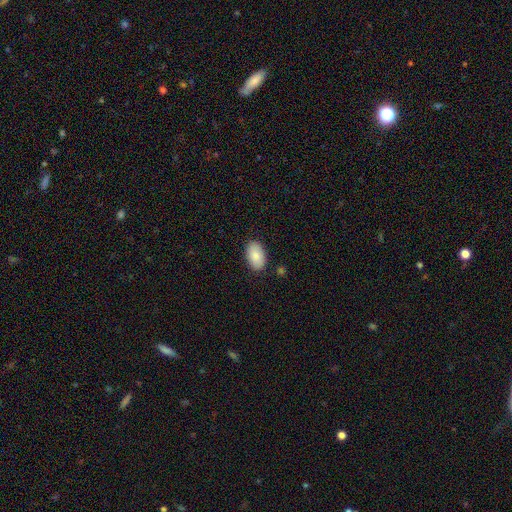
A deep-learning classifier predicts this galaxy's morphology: smooth_or_featured: smooth (p=0.88) [alt: featured or disk p=0.06]
how_rounded: in between (p=0.94) [alt: round p=0.05]
merging: none (p=0.86) [alt: minor disturbance p=0.10]